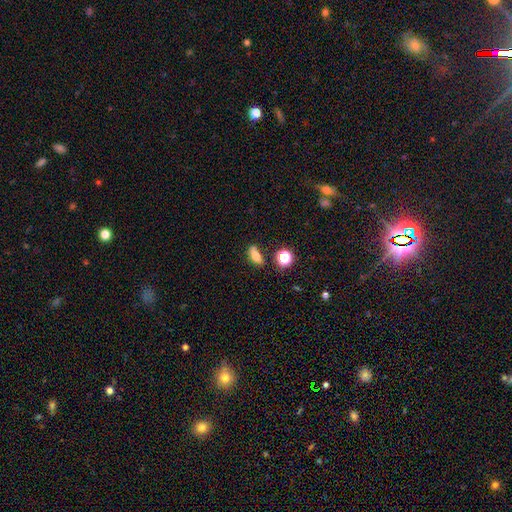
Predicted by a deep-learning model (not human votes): This is likely a smooth galaxy (71%). How rounded: likely in between (67%). Merging: likely none (66%).